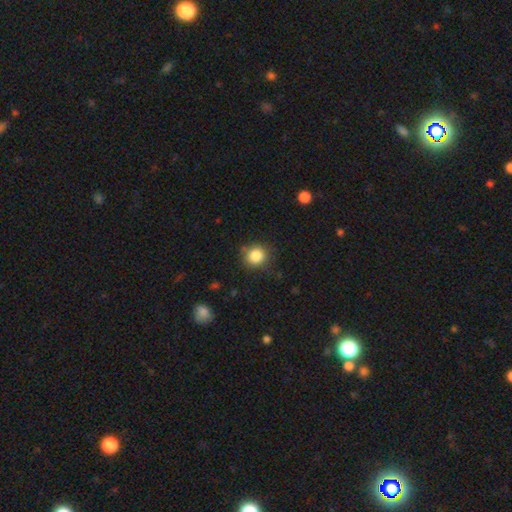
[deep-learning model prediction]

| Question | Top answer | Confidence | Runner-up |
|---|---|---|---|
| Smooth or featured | smooth | 84% | star or artifact (11%) |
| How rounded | round | 90% | in between (9%) |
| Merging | none | 82% | minor disturbance (13%) |